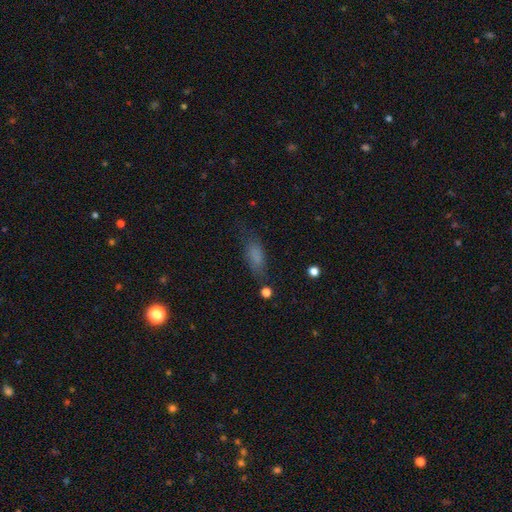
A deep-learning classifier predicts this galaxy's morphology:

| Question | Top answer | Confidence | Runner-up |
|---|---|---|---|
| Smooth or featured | smooth | 75% | featured or disk (13%) |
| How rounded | in between | 70% | cigar-shaped (26%) |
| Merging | none | 63% | minor disturbance (23%) |